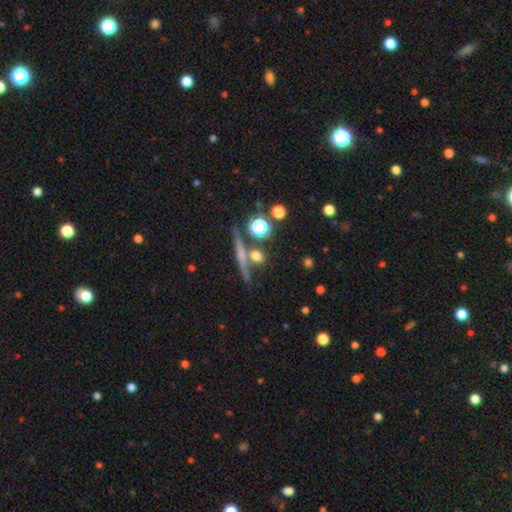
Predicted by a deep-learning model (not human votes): Overall: smooth (60%; featured or disk 25%). How rounded: round (62%). Merging: none (65%).